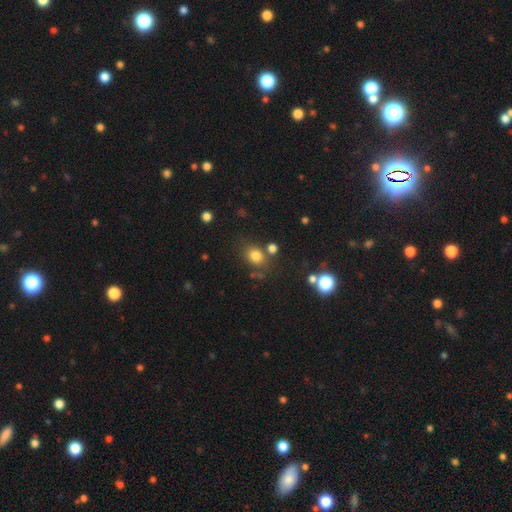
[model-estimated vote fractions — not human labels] smooth_or_featured: smooth (p=0.78) [alt: star or artifact p=0.14]
how_rounded: round (p=0.53) [alt: in between p=0.46]
merging: none (p=0.71) [alt: minor disturbance p=0.14]